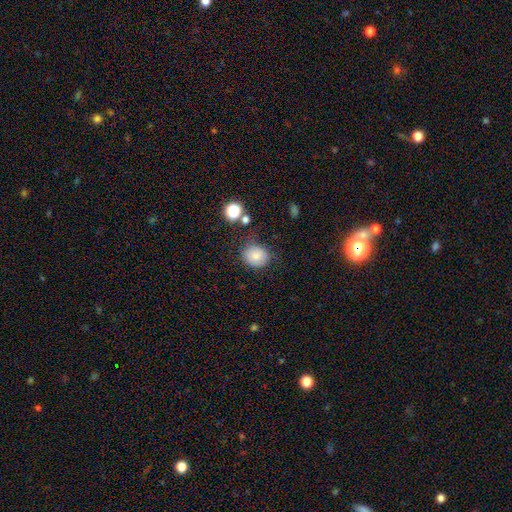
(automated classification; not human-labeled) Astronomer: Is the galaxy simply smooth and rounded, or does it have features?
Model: smooth — 80%.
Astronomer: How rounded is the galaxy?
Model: round — 77%.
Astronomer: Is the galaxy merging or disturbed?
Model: none — 74%.